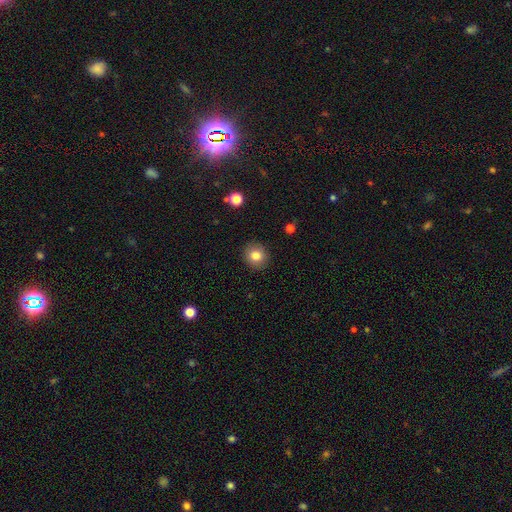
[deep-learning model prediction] Smooth or featured? Predicted: smooth (p=0.82). How rounded? Predicted: round (p=0.88). Merging? Predicted: none (p=0.91).